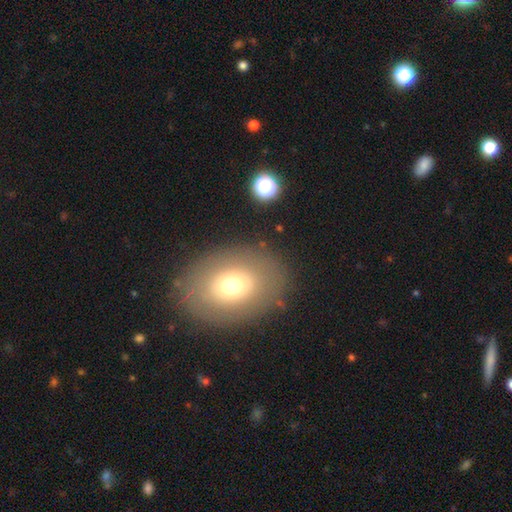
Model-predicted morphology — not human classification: smooth 63%, featured or disk 27%, star or artifact 10%. Down the decision tree: how rounded — in between (75%); merging — none (85%).